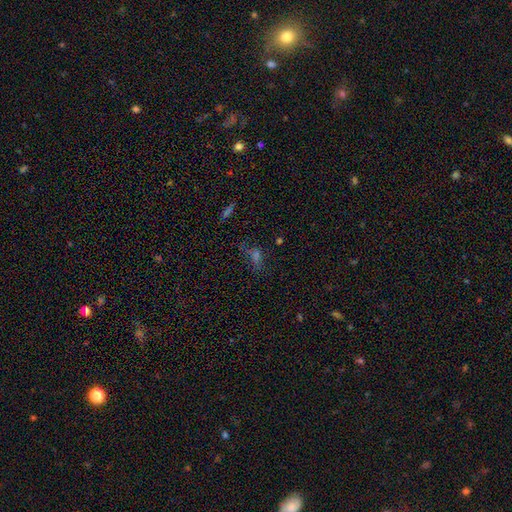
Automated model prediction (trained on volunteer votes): Overall: star or artifact (43%; smooth 40%).